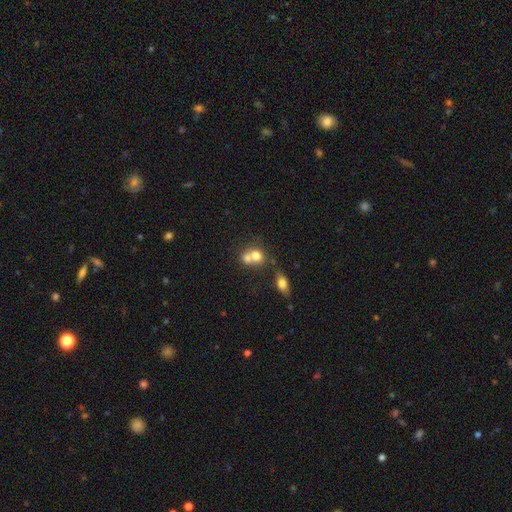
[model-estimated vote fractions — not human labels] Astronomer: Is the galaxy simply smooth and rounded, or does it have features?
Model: smooth — 71%.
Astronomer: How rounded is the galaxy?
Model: round — 65%.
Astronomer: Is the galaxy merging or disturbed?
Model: merger — 64%.